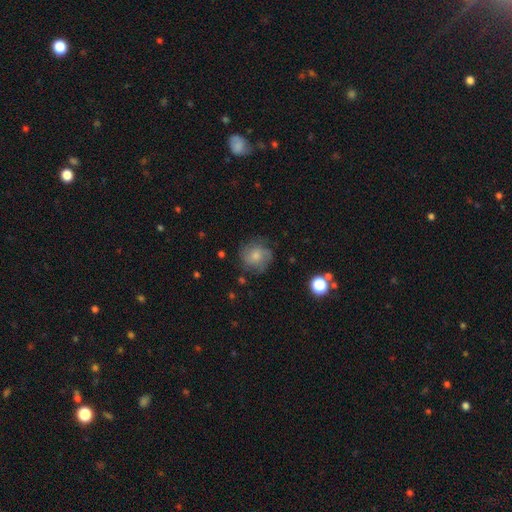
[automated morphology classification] smooth 51%, featured or disk 39%, star or artifact 10%. Down the decision tree: how rounded — round (86%); merging — none (71%).